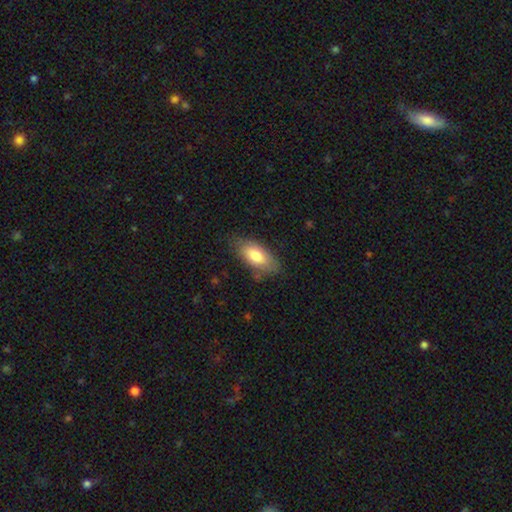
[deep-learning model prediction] This appears to be a smooth galaxy with no disk features (77%) that is in between round and cigar-shaped (88%). Merging: none (73%).